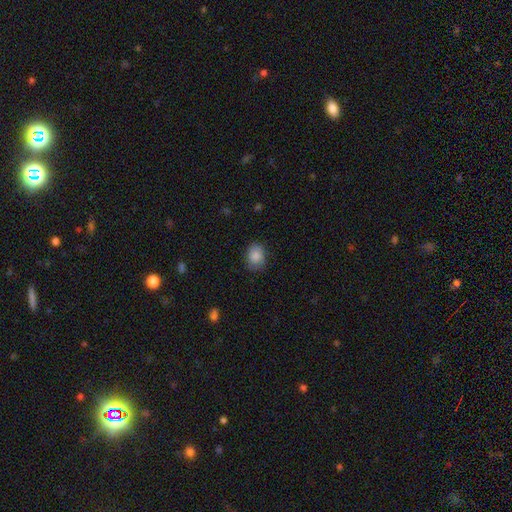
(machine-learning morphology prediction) Smooth or featured: smooth — 87% (star or artifact — 8%)
How rounded: in between — 59% (round — 40%)
Merging: none — 79% (minor disturbance — 16%)